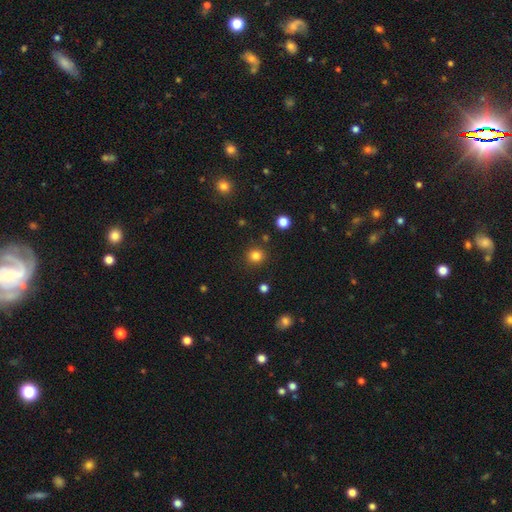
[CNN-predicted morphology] This appears to be a smooth galaxy with no disk features (82%) that is round (90%). Merging: none (89%).